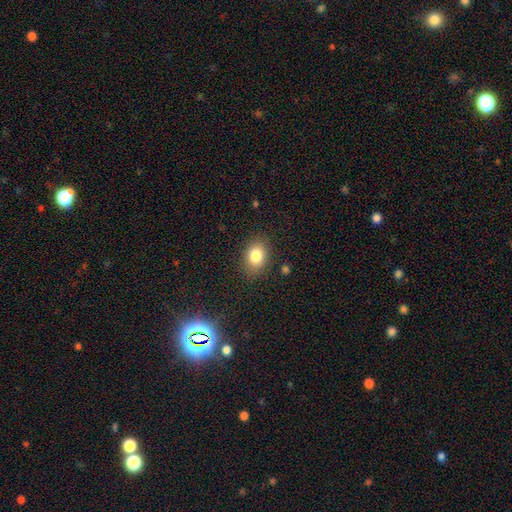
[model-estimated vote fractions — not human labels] smooth_or_featured: smooth (p=0.82) [alt: star or artifact p=0.10]
how_rounded: in between (p=0.70) [alt: round p=0.28]
merging: none (p=0.85) [alt: minor disturbance p=0.11]